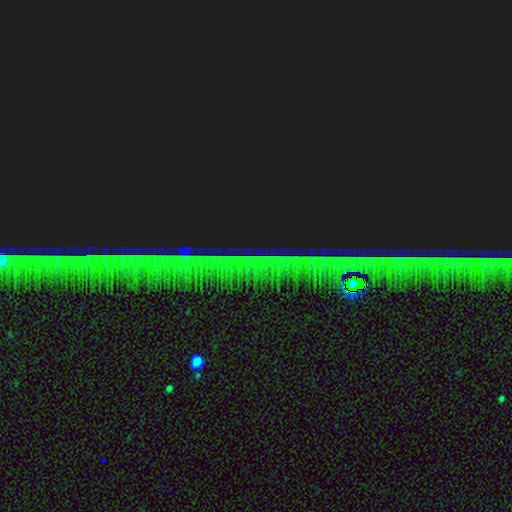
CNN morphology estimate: This is clearly a star or artifact rather than a galaxy (87%).